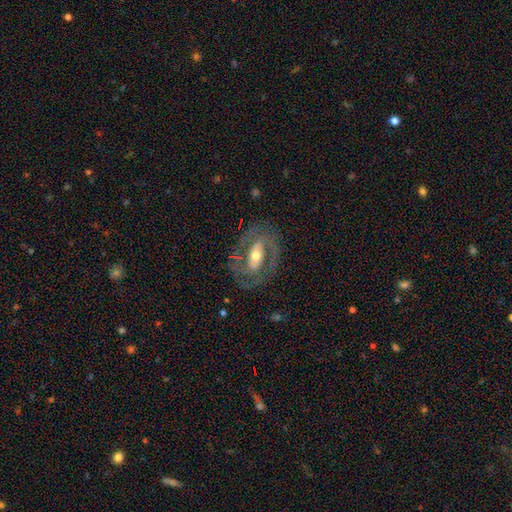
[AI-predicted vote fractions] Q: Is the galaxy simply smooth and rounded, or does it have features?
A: featured or disk — 72%.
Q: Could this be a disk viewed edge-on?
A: no — 91%.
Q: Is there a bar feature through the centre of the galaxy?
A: no — 38%.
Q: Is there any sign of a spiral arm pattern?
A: yes — 60%.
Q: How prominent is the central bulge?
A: moderate — 65%.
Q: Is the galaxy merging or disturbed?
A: none — 73%.